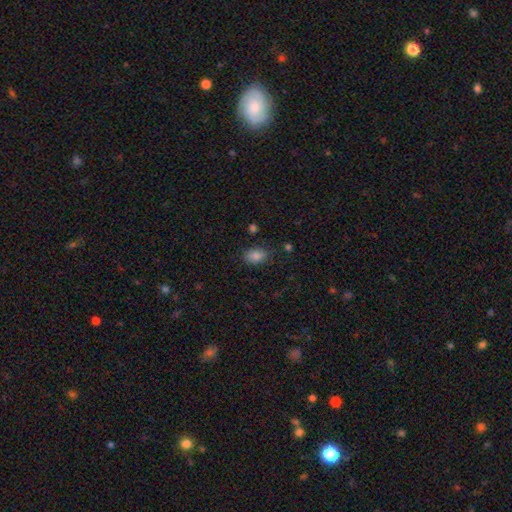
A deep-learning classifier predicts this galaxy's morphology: Smooth or featured? smooth (85%)
How rounded? in between (86%)
Merging? none (80%)